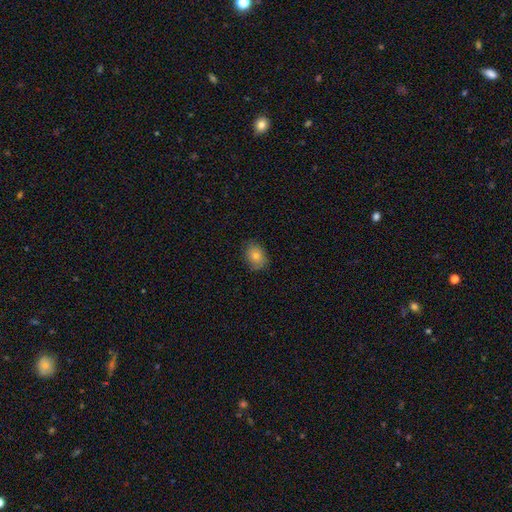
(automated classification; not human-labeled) Smooth or featured: smooth — 73% (featured or disk — 16%)
How rounded: in between — 65% (round — 34%)
Merging: none — 80% (minor disturbance — 15%)